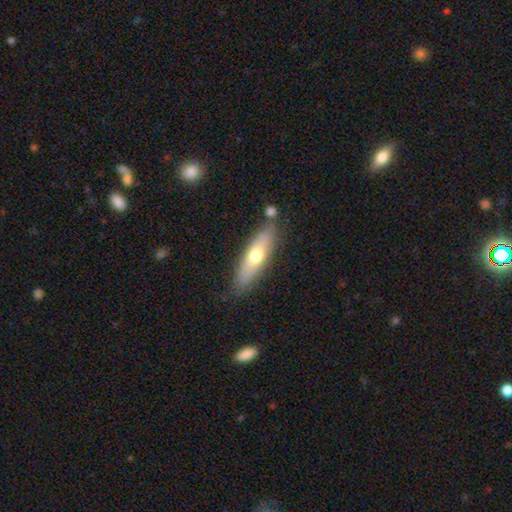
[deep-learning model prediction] Q: Smooth or featured?
A: smooth (57%); runner-up: featured or disk (37%)
Q: How rounded?
A: cigar-shaped (58%); runner-up: in between (39%)
Q: Merging?
A: none (76%); runner-up: minor disturbance (14%)